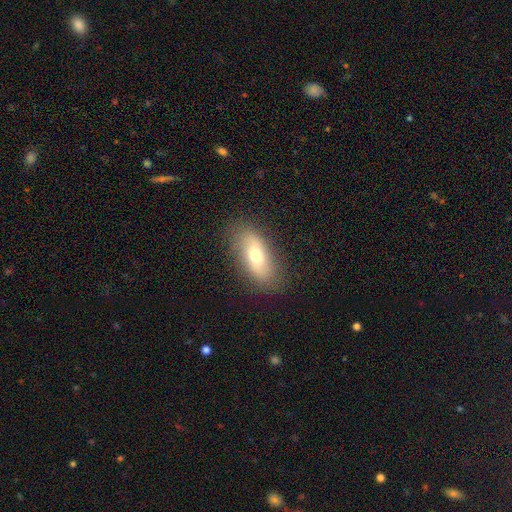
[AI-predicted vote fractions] Smooth or featured? smooth (63%)
How rounded? in between (83%)
Merging? none (84%)